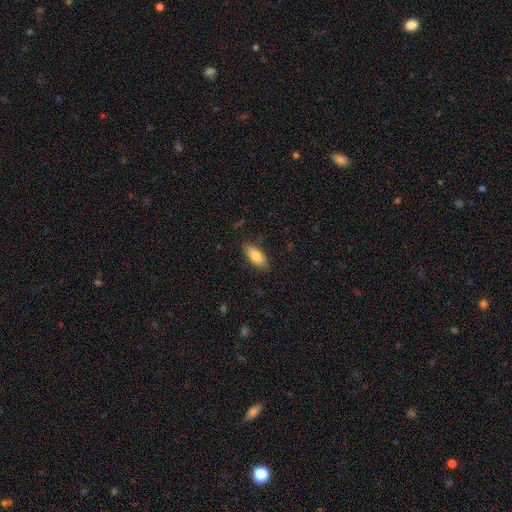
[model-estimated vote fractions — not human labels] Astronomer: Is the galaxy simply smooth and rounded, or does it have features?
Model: smooth — 81%.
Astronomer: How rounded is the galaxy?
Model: in between — 85%.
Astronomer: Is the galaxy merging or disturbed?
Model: none — 85%.